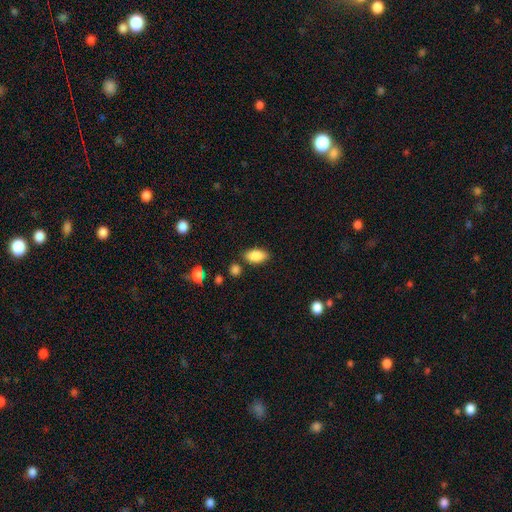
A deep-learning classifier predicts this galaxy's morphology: A smooth galaxy with no disk features (87%) that is in between round and cigar-shaped (92%). Merging: none (81%).